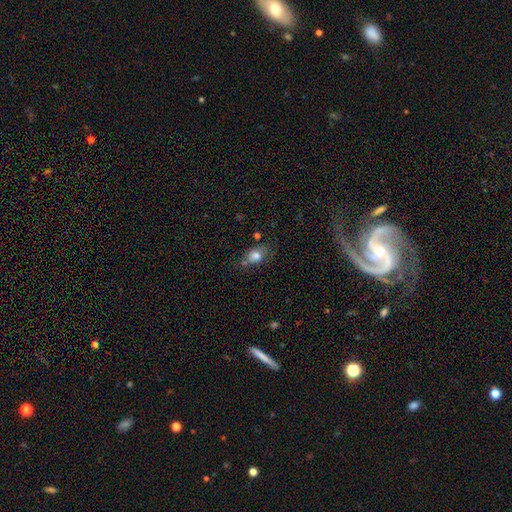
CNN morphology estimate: This appears to be a smooth galaxy with no disk features (76%) that is in between round and cigar-shaped (73%). Merging: none (57%).